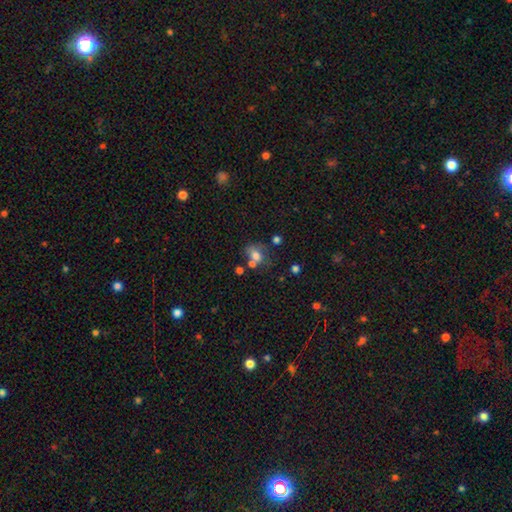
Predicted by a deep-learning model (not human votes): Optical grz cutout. It shows a smooth galaxy with no disk features (69%) that is in between round and cigar-shaped (61%). Merging: none (40%).